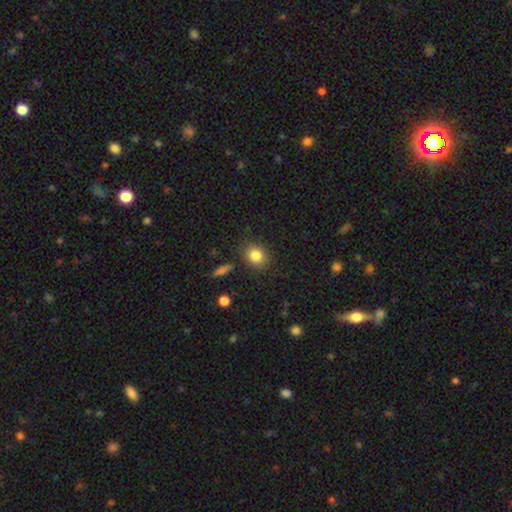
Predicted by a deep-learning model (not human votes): Smooth or featured? Predicted: smooth (p=0.84). How rounded? Predicted: round (p=0.67). Merging? Predicted: none (p=0.84).